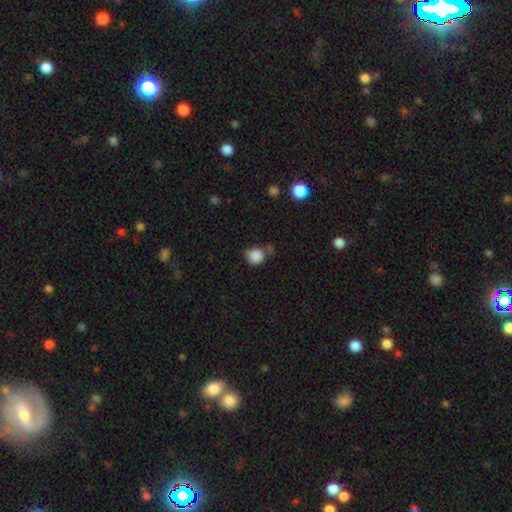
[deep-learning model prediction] A smooth galaxy with no disk features (85%) that is round (79%). Merging: none (51%).